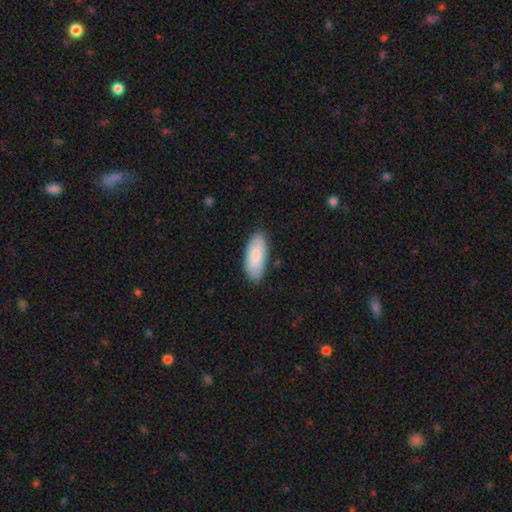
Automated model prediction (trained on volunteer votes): smooth_or_featured: smooth (p=0.84) [alt: featured or disk p=0.11]
how_rounded: in between (p=0.82) [alt: cigar-shaped p=0.17]
merging: none (p=0.83) [alt: minor disturbance p=0.13]